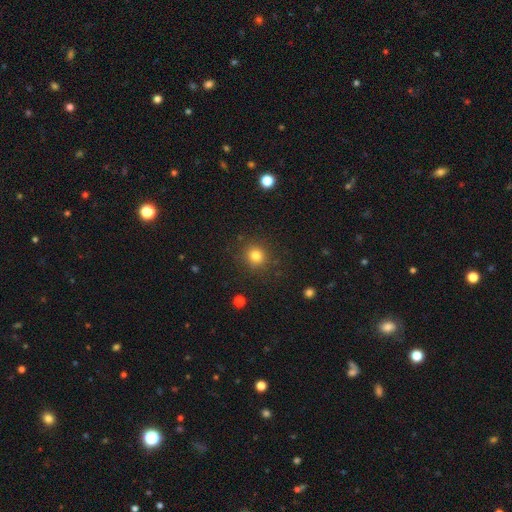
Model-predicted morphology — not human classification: A smooth galaxy with no disk features (81%) that is round (90%). Merging: none (88%).